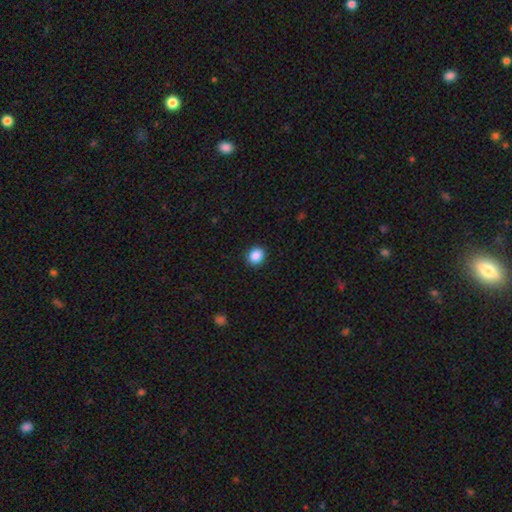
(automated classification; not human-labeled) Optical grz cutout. It shows a smooth galaxy with no disk features (88%) that is round (74%). Merging: none (91%).